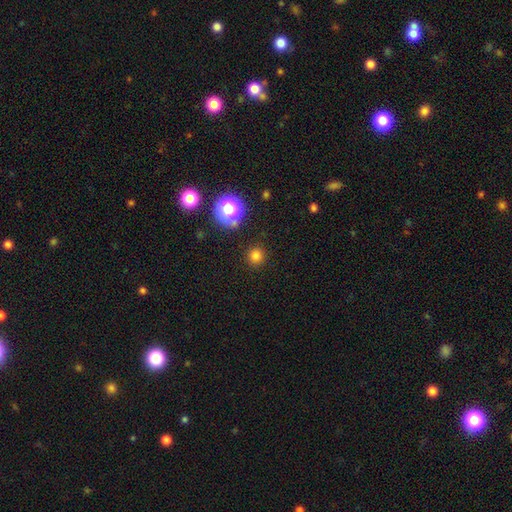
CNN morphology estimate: type=smooth (77%); roundness=round (93%); merging=none (89%).